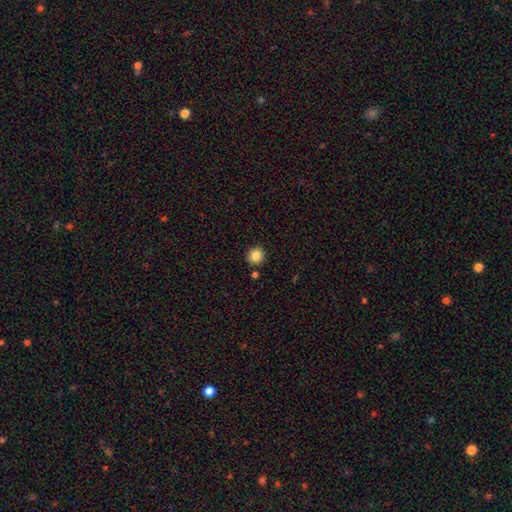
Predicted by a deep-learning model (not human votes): Morphology: type=smooth (85%); roundness=round (93%); merging=none (90%).